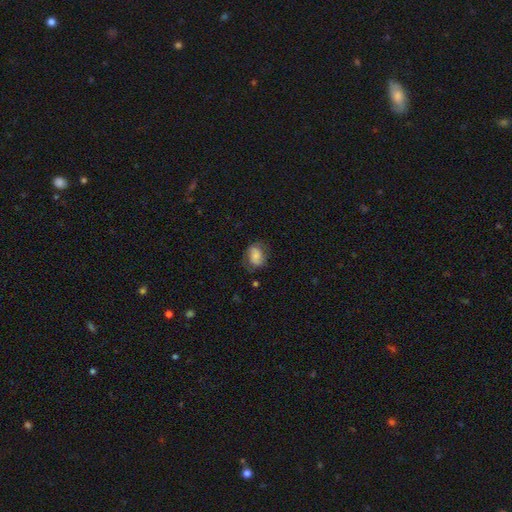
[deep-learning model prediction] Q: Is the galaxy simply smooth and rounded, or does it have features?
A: smooth — 65%.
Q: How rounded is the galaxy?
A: in between — 61%.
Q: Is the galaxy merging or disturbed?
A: none — 59%.